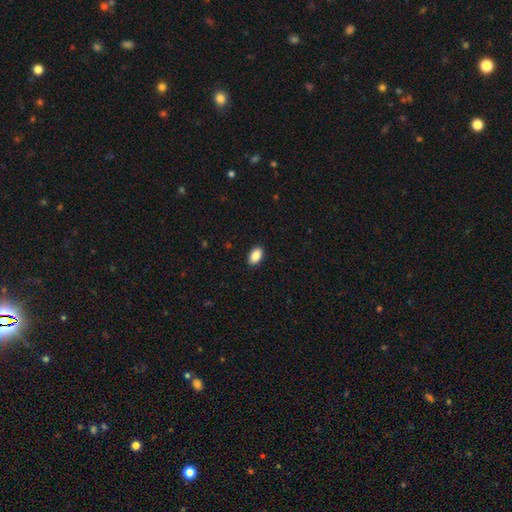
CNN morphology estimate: A smooth galaxy with no disk features (89%) that is in between round and cigar-shaped (93%).

Vote fractions:
- Smooth or featured? smooth: 89% / star or artifact: 7% / featured or disk: 4%
- How rounded? in between: 93% / round: 5% / cigar-shaped: 2%
- Merging? none: 90% / minor disturbance: 7% / major disturbance: 2% / merger: 1%